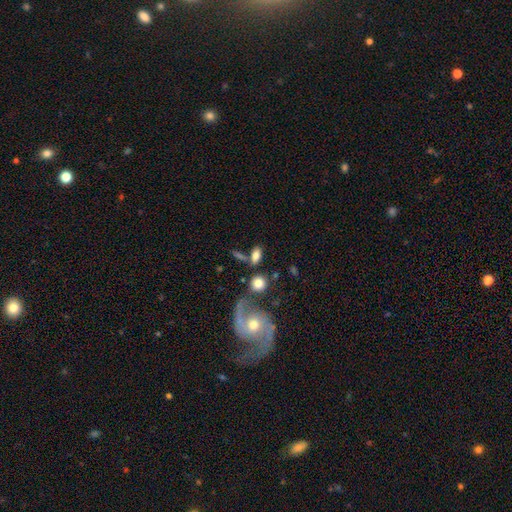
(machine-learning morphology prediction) The model was most divided on "merging": none: 58%, merger: 20%, minor disturbance: 14%, major disturbance: 8%. More confident: how rounded — in between (76%); smooth or featured — smooth (76%).